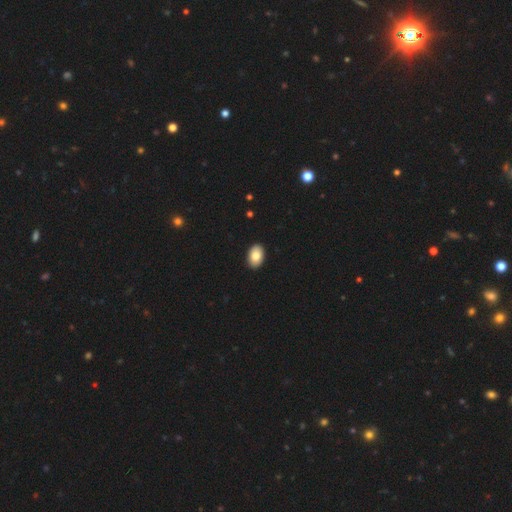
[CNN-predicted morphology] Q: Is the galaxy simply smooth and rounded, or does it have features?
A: smooth — 85%.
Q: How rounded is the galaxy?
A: in between — 89%.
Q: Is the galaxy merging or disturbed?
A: none — 92%.